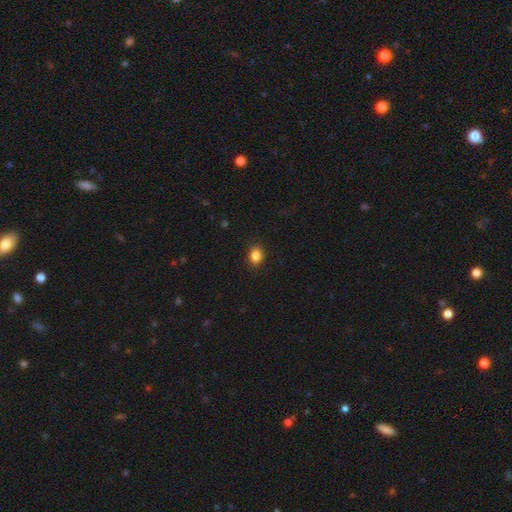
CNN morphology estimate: smooth 86%, star or artifact 10%, featured or disk 4%. Down the decision tree: how rounded — in between (63%); merging — none (88%).